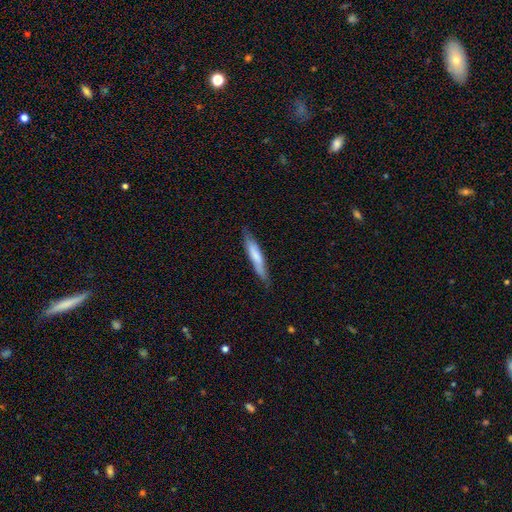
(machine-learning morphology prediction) Smooth or featured? Predicted: smooth (p=0.64). How rounded? Predicted: cigar-shaped (p=0.88). Merging? Predicted: none (p=0.78).